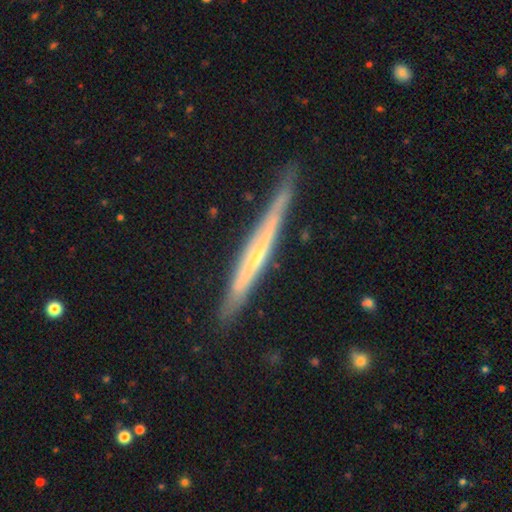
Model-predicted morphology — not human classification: A featured or disk galaxy (70%) viewed edge-on (95%) with no central bulge (63%). Merging: none (80%).